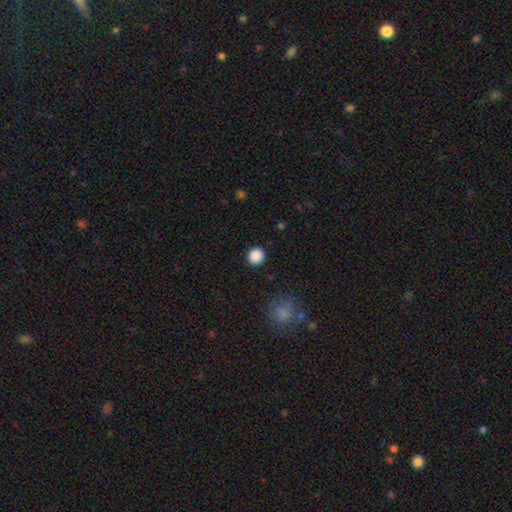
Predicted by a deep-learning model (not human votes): Overall: smooth (88%). How rounded: round (91%). Merging: none (91%).